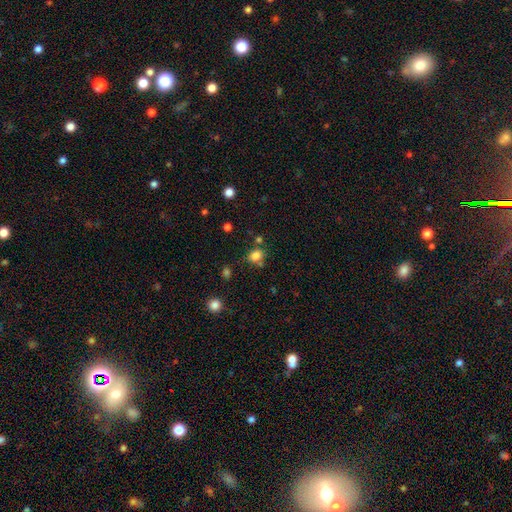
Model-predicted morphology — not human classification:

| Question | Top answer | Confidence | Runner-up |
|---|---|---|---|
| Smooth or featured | smooth | 80% | star or artifact (14%) |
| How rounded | round | 58% | in between (41%) |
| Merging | none | 68% | minor disturbance (15%) |